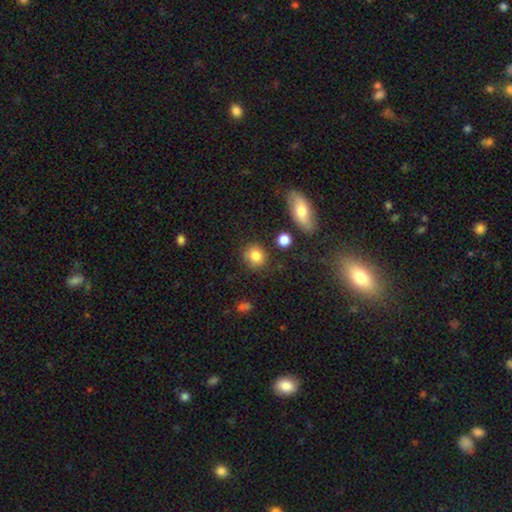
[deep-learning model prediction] This is clearly a smooth galaxy (83%). How rounded: clearly round (81%). Merging: clearly none (81%).